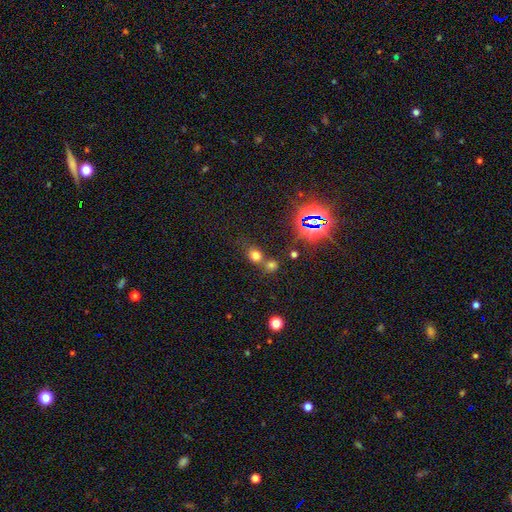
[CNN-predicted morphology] Smooth or featured?
  - smooth: 66% *
  - star or artifact: 25%
  - featured or disk: 8%
How rounded?
  - round: 66% *
  - in between: 32%
  - cigar-shaped: 1%
Merging?
  - none: 53% *
  - merger: 34%
  - minor disturbance: 9%
  - major disturbance: 4%